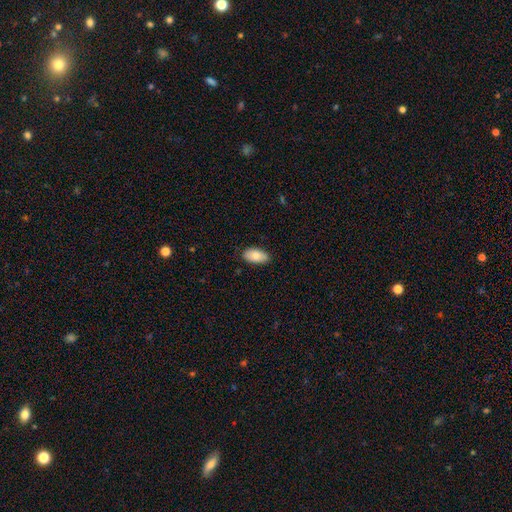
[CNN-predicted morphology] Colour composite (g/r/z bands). It shows a smooth galaxy with no disk features (83%) that is in between round and cigar-shaped (94%). Merging: none (85%).